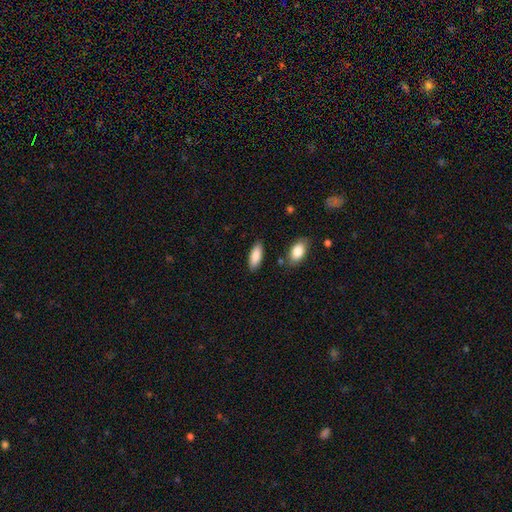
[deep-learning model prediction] Smooth or featured? Predicted: smooth (p=0.88). How rounded? Predicted: in between (p=0.77). Merging? Predicted: none (p=0.84).